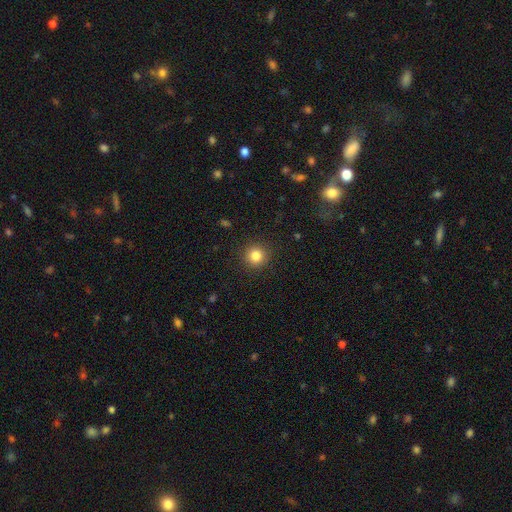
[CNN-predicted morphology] This is clearly a smooth galaxy (83%). How rounded: clearly round (94%). Merging: clearly none (91%).